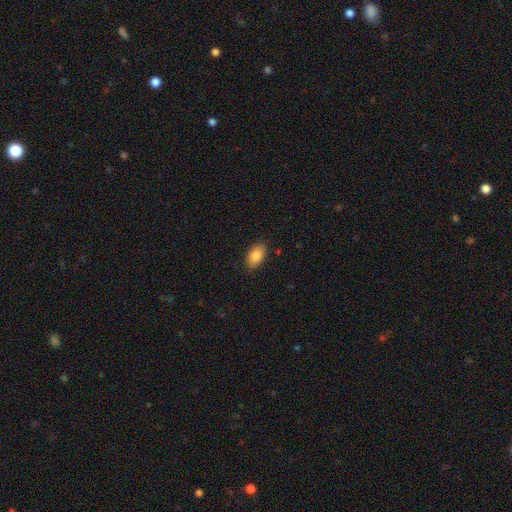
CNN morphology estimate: This is clearly a smooth galaxy (86%). How rounded: clearly in between (93%). Merging: clearly none (88%).